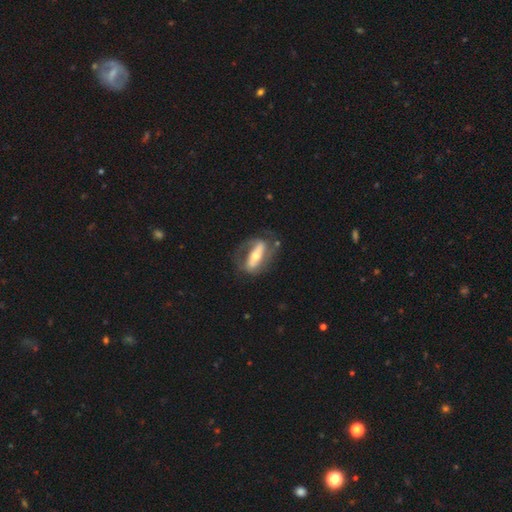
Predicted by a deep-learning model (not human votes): Smooth or featured? featured or disk (76%)
Edge-on disk? no (82%)
Bar? strong (69%)
Spiral arms? yes (73%)
Bulge size? moderate (56%)
Merging? none (64%)